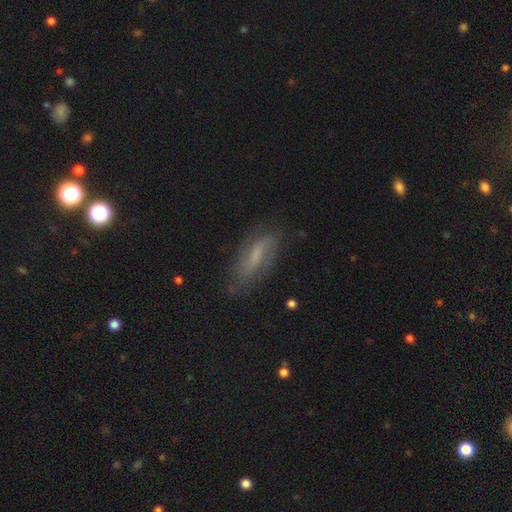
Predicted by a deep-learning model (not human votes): Morphology: type=smooth (46%); merging=none (70%).